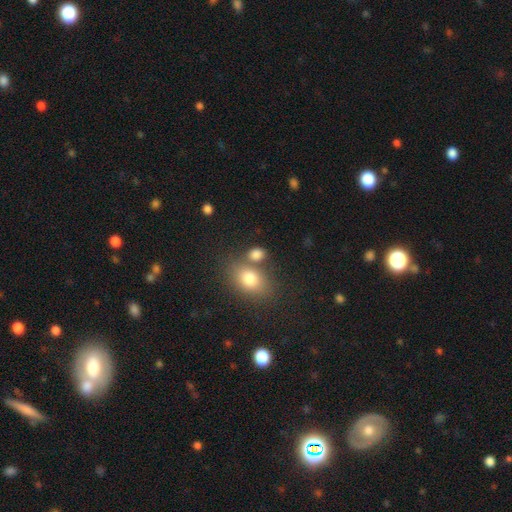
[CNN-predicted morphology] This is likely a smooth galaxy (78%). How rounded: likely in between (70%). Merging: likely none (62%).